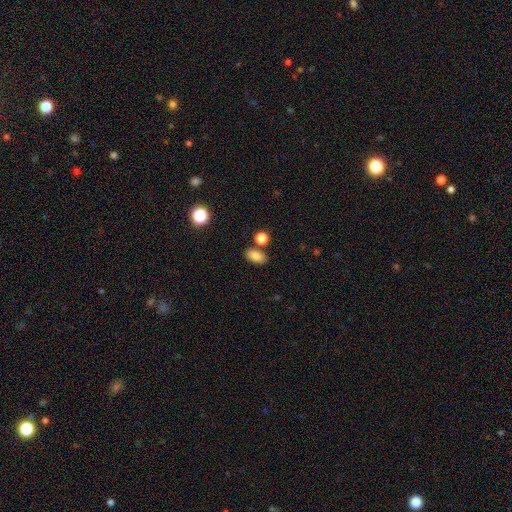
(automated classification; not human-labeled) A smooth galaxy with no disk features (81%) that is in between round and cigar-shaped (88%).

Vote fractions:
- Smooth or featured? smooth: 81% / star or artifact: 10% / featured or disk: 8%
- How rounded? in between: 88% / round: 9% / cigar-shaped: 3%
- Merging? none: 78% / minor disturbance: 11% / merger: 9% / major disturbance: 3%